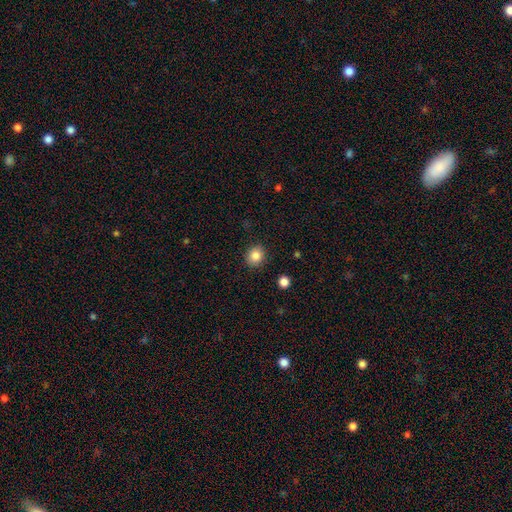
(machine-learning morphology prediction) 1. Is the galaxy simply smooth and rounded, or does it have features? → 85% smooth, 10% star or artifact, 5% featured or disk.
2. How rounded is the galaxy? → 74% round, 25% in between, 1% cigar-shaped.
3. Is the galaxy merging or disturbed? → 89% none, 8% minor disturbance, 2% major disturbance, 1% merger.